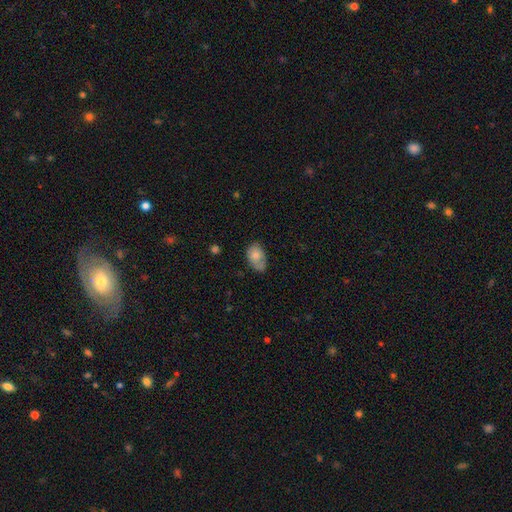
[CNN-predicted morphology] Smooth or featured? smooth (73%)
How rounded? in between (84%)
Merging? none (45%)